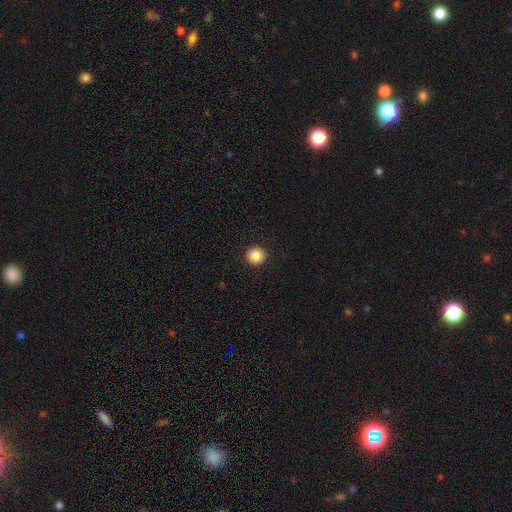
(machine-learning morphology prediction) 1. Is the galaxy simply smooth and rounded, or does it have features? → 86% smooth, 10% star or artifact, 4% featured or disk.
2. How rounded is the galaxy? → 95% round, 4% in between, 1% cigar-shaped.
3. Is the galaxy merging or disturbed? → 93% none, 4% minor disturbance, 2% major disturbance, 1% merger.